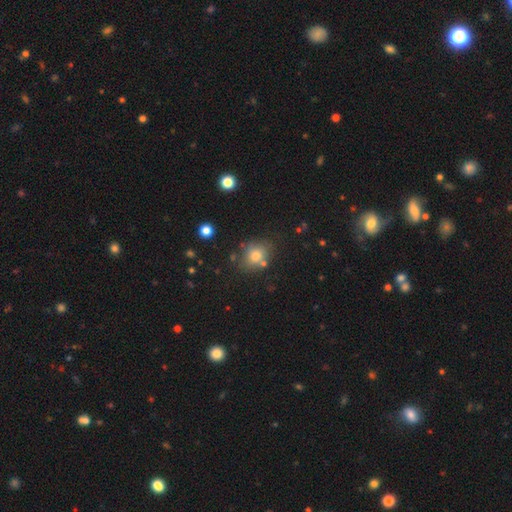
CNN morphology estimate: This appears to be a smooth galaxy with no disk features (75%) that is round (66%). Merging: none (72%).